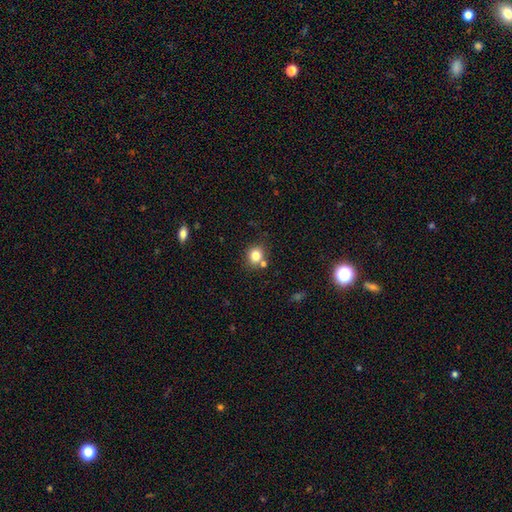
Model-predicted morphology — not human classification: Q: Smooth or featured?
A: smooth (81%); runner-up: star or artifact (12%)
Q: How rounded?
A: round (79%); runner-up: in between (20%)
Q: Merging?
A: none (70%); runner-up: merger (16%)